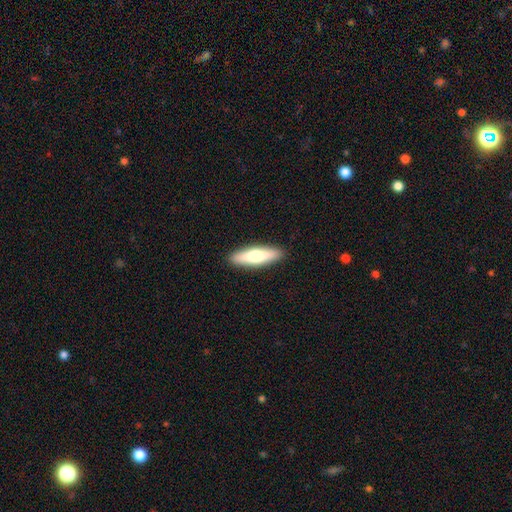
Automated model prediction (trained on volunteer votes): Smooth or featured: smooth — 66% (featured or disk — 29%)
How rounded: cigar-shaped — 65% (in between — 33%)
Merging: none — 91% (minor disturbance — 7%)